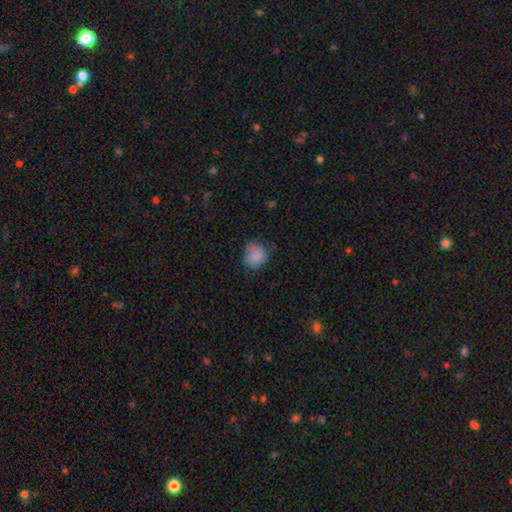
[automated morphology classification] type=smooth (83%); roundness=round (69%); merging=none (61%).